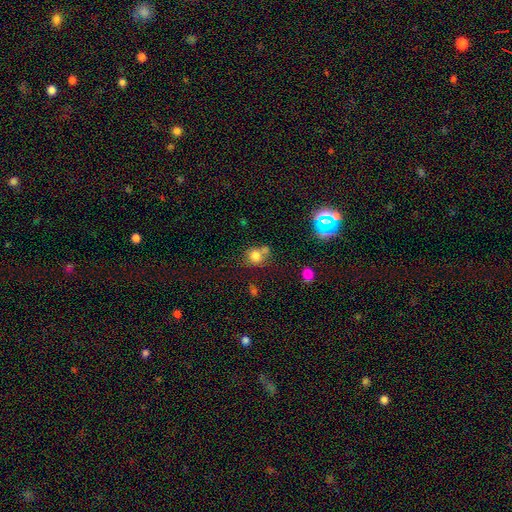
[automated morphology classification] This is likely a smooth galaxy (77%). How rounded: likely round (78%). Merging: possibly none (50%).